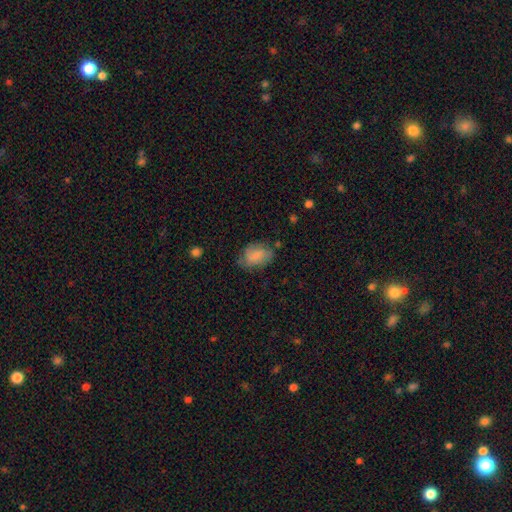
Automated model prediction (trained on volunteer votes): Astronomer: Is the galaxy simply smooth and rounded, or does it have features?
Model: smooth — 75%.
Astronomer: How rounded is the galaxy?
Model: in between — 85%.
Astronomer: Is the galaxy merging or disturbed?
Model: none — 58%.